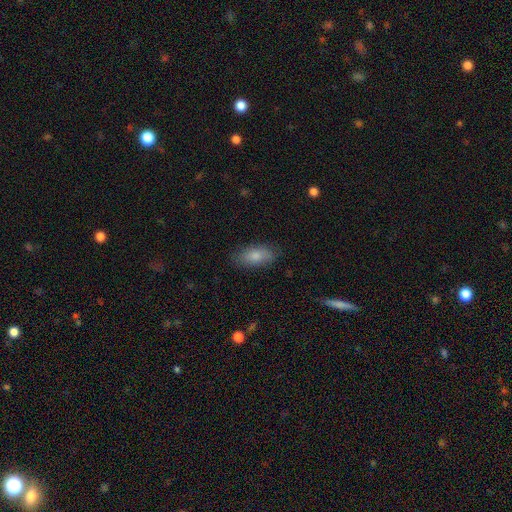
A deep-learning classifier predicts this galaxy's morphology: Smooth or featured? smooth (81%)
How rounded? in between (88%)
Merging? none (82%)